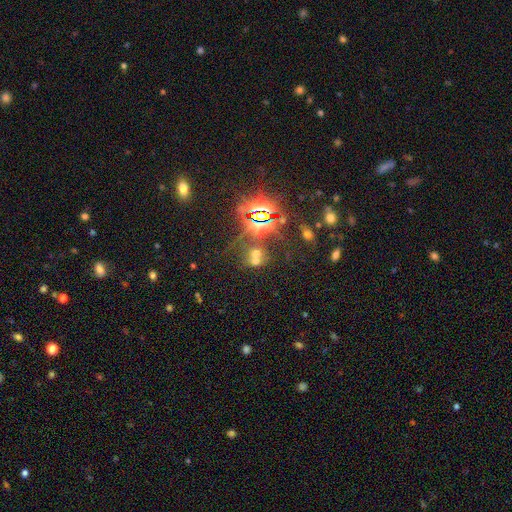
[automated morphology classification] Q: Smooth or featured?
A: star or artifact (44%); runner-up: smooth (40%)